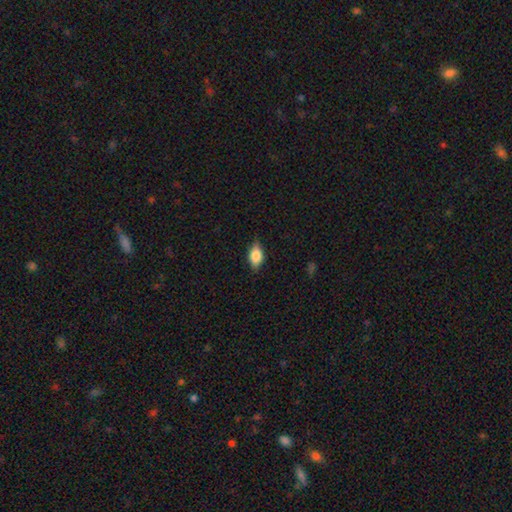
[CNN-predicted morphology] Smooth or featured? smooth (75%)
How rounded? in between (85%)
Merging? none (80%)